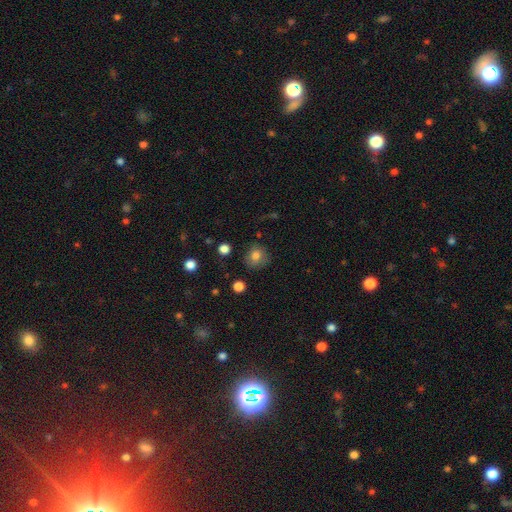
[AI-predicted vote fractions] A smooth galaxy with no disk features (81%) that is round (77%). Merging: none (76%).